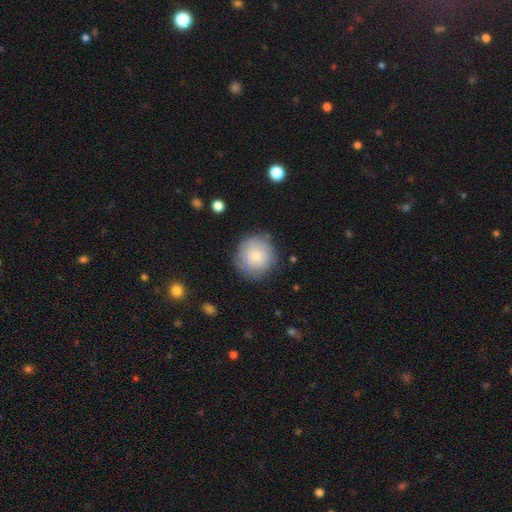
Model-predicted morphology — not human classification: This appears to be a smooth galaxy with no disk features (72%) that is round (92%). Merging: none (77%).